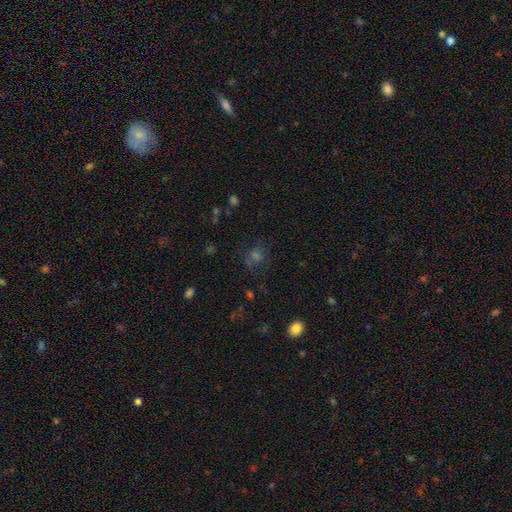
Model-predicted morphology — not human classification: type=smooth (49%); merging=none (69%).